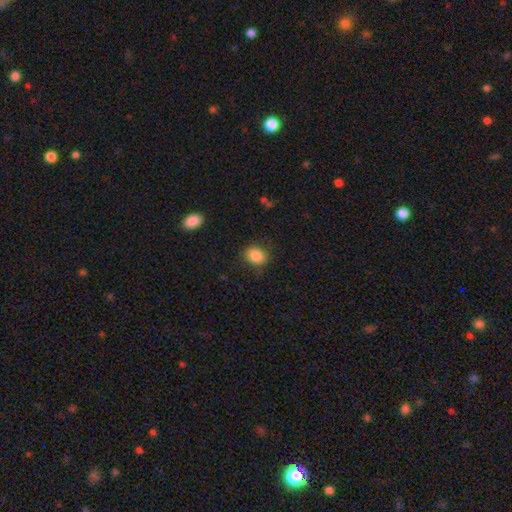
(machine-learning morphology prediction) The model was most divided on "how rounded": in between: 53%, round: 46%, cigar-shaped: 1%. More confident: smooth or featured — smooth (85%); merging — none (82%).